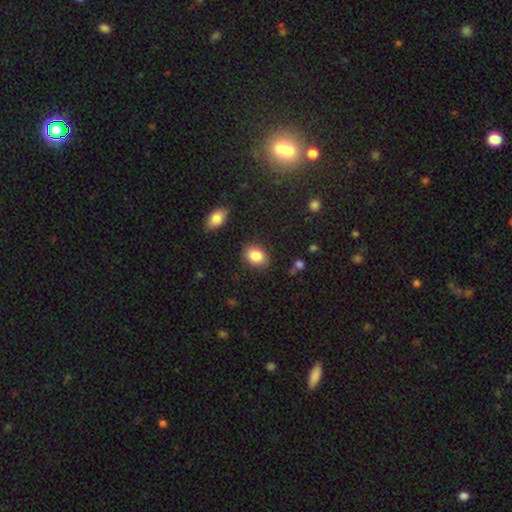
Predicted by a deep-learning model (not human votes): A smooth galaxy with no disk features (86%) that is in between round and cigar-shaped (66%).

Vote fractions:
- Smooth or featured? smooth: 86% / star or artifact: 8% / featured or disk: 6%
- How rounded? in between: 66% / round: 33% / cigar-shaped: 1%
- Merging? none: 85% / minor disturbance: 10% / major disturbance: 3% / merger: 2%